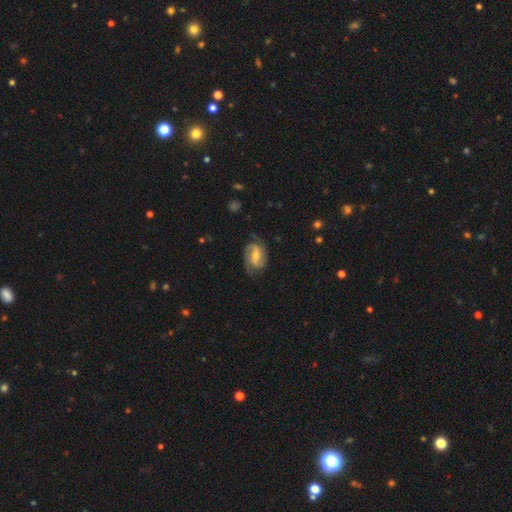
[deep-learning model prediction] Smooth or featured: featured or disk — 75% (smooth — 19%)
Edge-on disk: no — 97% (yes — 3%)
Bar: weak — 49% (strong — 27%)
Spiral arms: yes — 94% (no — 6%)
Spiral winding: medium — 47% (tight — 32%)
Spiral arm count: 2 — 75% (can't tell — 10%)
Bulge size: moderate — 45% (small — 38%)
Merging: none — 70% (minor disturbance — 20%)